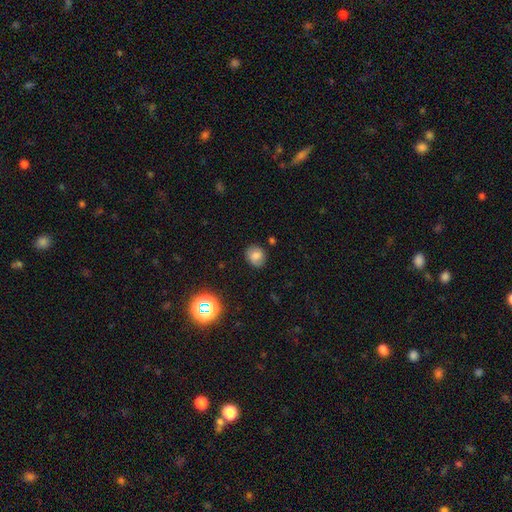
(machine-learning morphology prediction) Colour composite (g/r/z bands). It shows a smooth galaxy with no disk features (72%) that is round (70%). Merging: none (82%).